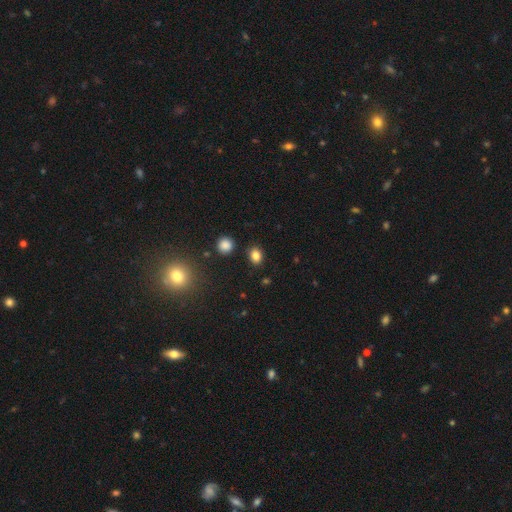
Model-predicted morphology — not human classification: smooth-or-featured: smooth: 82% | star or artifact: 12% | featured or disk: 6%
  how-rounded: in between: 62% | round: 37% | cigar-shaped: 1%
  merging: none: 85% | minor disturbance: 9% | merger: 3% | major disturbance: 3%